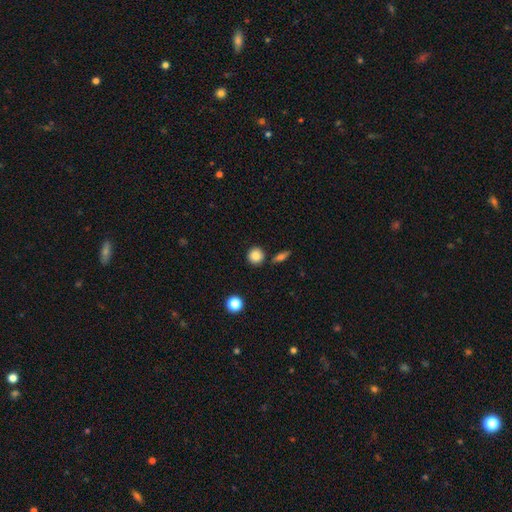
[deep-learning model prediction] Smooth or featured: smooth — 85% (star or artifact — 9%)
How rounded: round — 92% (in between — 7%)
Merging: none — 85% (minor disturbance — 8%)